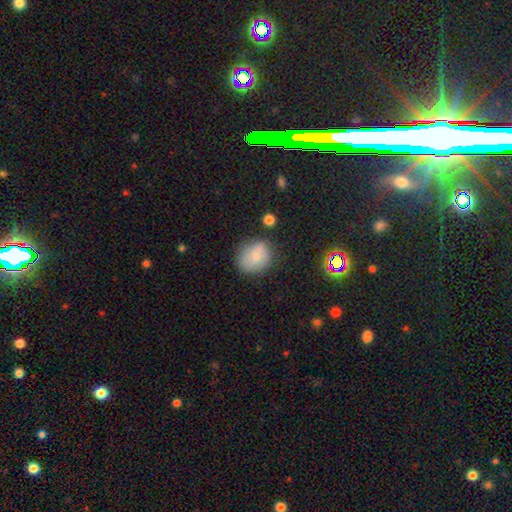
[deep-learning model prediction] Smooth or featured?
  - smooth: 74% *
  - featured or disk: 16%
  - star or artifact: 9%
How rounded?
  - round: 61% *
  - in between: 38%
  - cigar-shaped: 1%
Merging?
  - none: 67% *
  - minor disturbance: 22%
  - major disturbance: 7%
  - merger: 5%